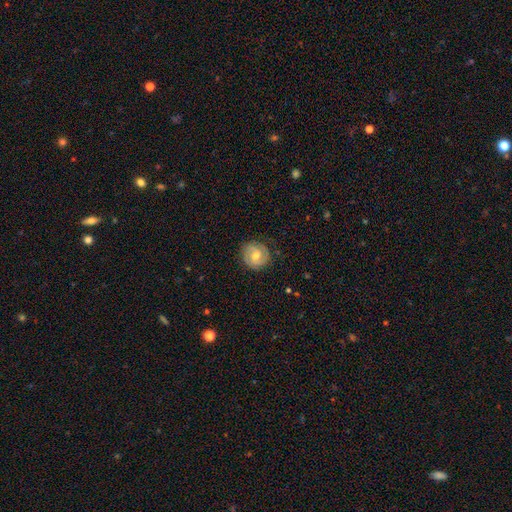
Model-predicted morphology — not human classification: Q: Smooth or featured?
A: featured or disk (69%); runner-up: smooth (25%)
Q: Edge-on disk?
A: no (98%); runner-up: yes (2%)
Q: Bar?
A: no (47%); runner-up: weak (44%)
Q: Spiral arms?
A: yes (91%); runner-up: no (9%)
Q: Spiral winding?
A: tight (58%); runner-up: medium (33%)
Q: Spiral arm count?
A: 2 (78%); runner-up: can't tell (11%)
Q: Bulge size?
A: moderate (62%); runner-up: small (33%)
Q: Merging?
A: none (83%); runner-up: minor disturbance (12%)